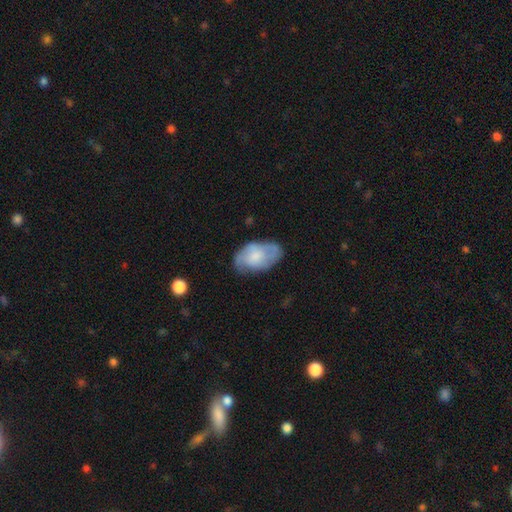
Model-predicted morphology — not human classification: Q: Smooth or featured?
A: smooth (53%); runner-up: featured or disk (41%)
Q: How rounded?
A: in between (92%); runner-up: round (7%)
Q: Merging?
A: none (59%); runner-up: minor disturbance (29%)